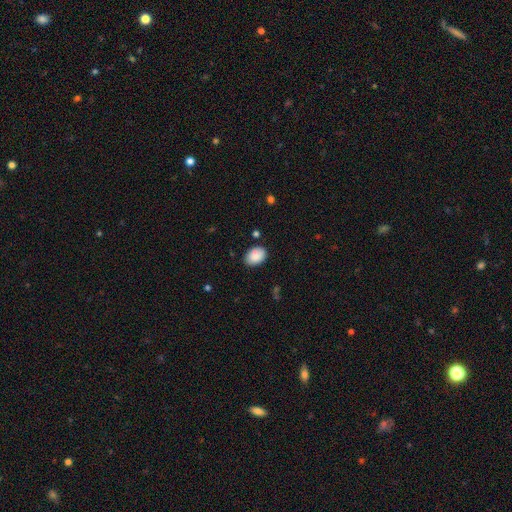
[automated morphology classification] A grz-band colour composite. It shows a smooth galaxy with no disk features (87%) that is in between round and cigar-shaped (80%). Merging: none (80%).